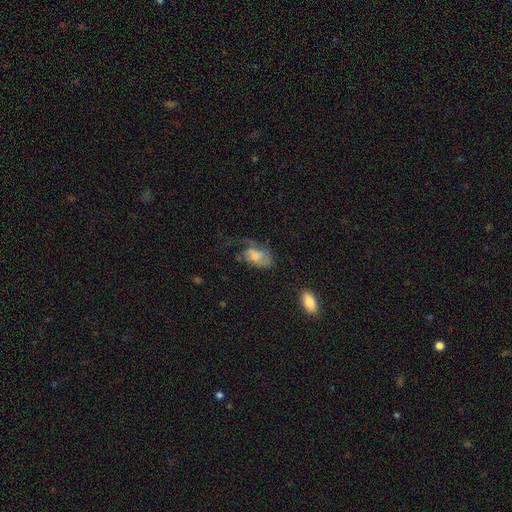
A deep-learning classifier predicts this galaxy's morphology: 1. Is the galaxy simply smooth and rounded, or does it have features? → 52% smooth, 39% featured or disk, 8% star or artifact.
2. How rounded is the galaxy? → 89% in between, 8% round, 2% cigar-shaped.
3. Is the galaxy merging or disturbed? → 45% major disturbance, 29% none, 23% minor disturbance, 3% merger.